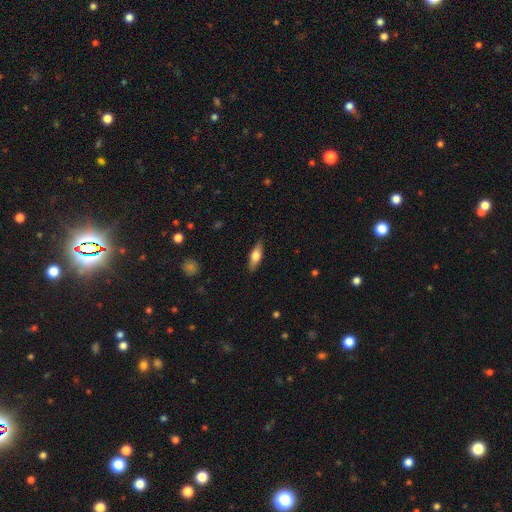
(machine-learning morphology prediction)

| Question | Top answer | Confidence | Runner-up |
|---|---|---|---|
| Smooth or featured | smooth | 61% | featured or disk (33%) |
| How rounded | in between | 57% | cigar-shaped (41%) |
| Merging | none | 87% | minor disturbance (10%) |